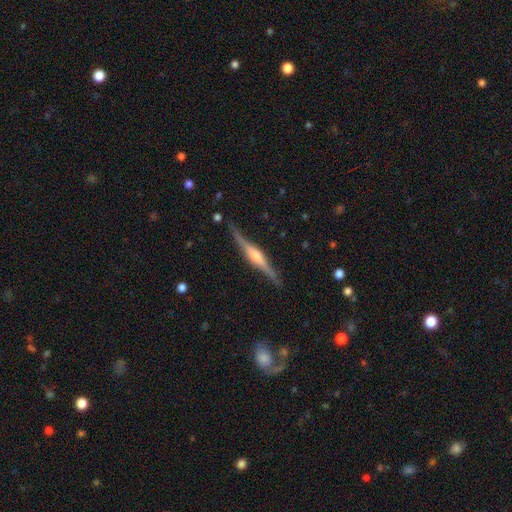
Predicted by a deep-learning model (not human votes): This is clearly a featured or disk galaxy (80%). It is clearly viewed edge-on (98%). Edge-on bulge: likely rounded (80%). Merging: clearly none (85%).